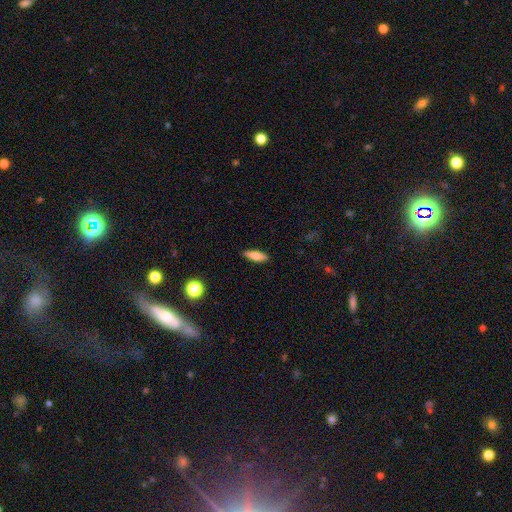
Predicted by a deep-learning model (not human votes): Q: Smooth or featured?
A: smooth (74%); runner-up: featured or disk (19%)
Q: How rounded?
A: cigar-shaped (51%); runner-up: in between (47%)
Q: Merging?
A: none (87%); runner-up: minor disturbance (10%)